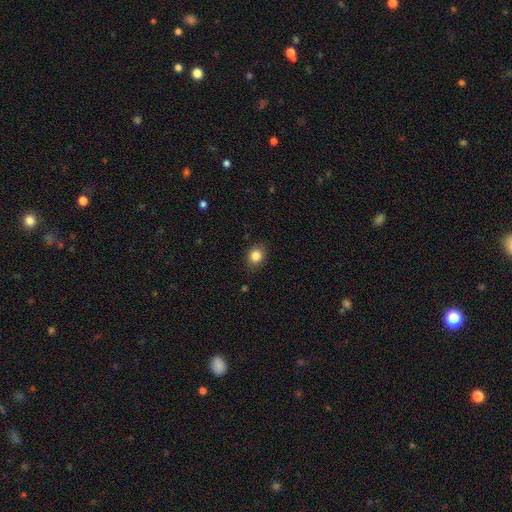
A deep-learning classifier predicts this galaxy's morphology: This is clearly a smooth galaxy (85%). How rounded: possibly round (59%). Merging: clearly none (84%).